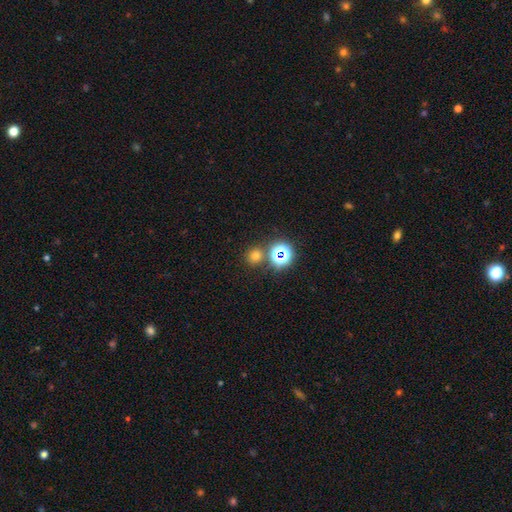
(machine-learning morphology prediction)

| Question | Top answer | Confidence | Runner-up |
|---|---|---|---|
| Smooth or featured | smooth | 63% | star or artifact (30%) |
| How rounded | round | 87% | in between (12%) |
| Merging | none | 77% | merger (12%) |